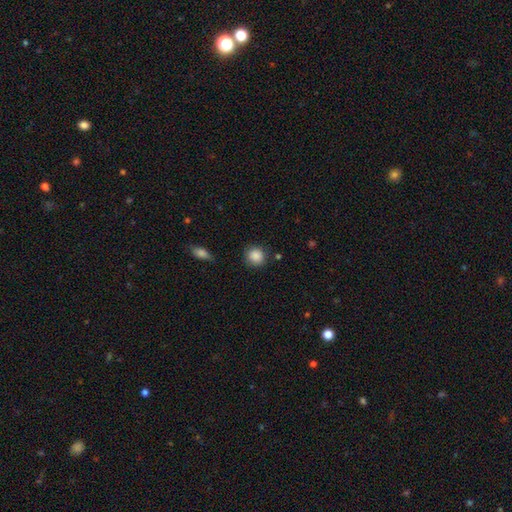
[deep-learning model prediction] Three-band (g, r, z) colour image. It shows a smooth galaxy with no disk features (88%) that is round (87%). Merging: none (84%).